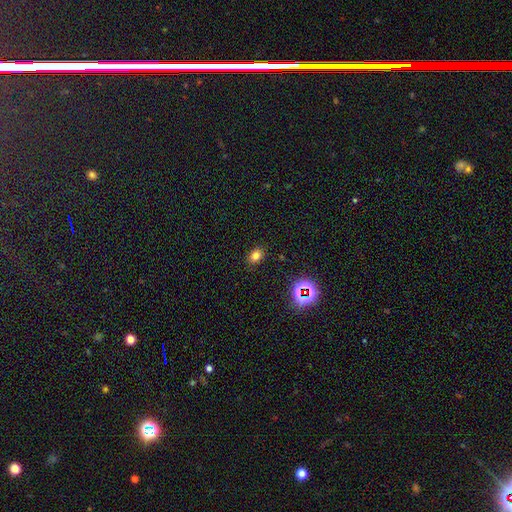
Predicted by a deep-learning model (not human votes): A smooth galaxy with no disk features (74%) that is in between round and cigar-shaped (66%). Merging: none (87%).